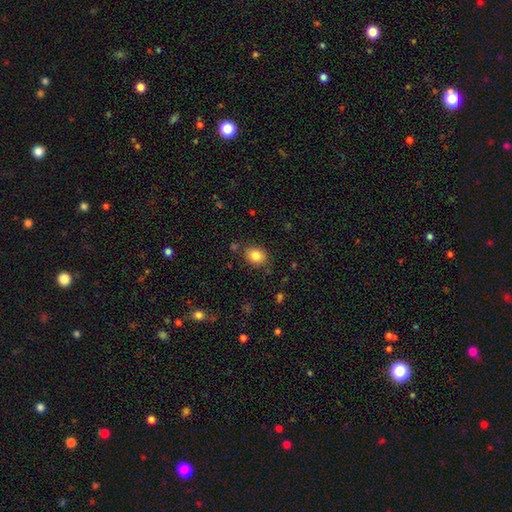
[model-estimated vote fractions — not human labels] Overall: smooth (85%). How rounded: in between (51%; round 48%). Merging: none (81%).